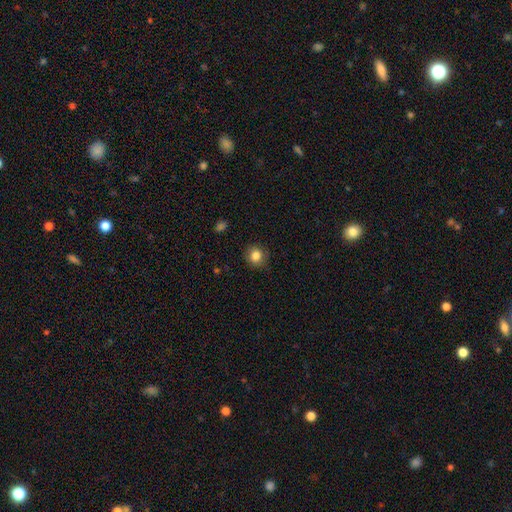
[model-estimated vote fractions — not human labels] smooth-or-featured: smooth: 83% | star or artifact: 10% | featured or disk: 7%
  how-rounded: round: 87% | in between: 12% | cigar-shaped: 1%
  merging: none: 87% | minor disturbance: 10% | major disturbance: 2% | merger: 1%